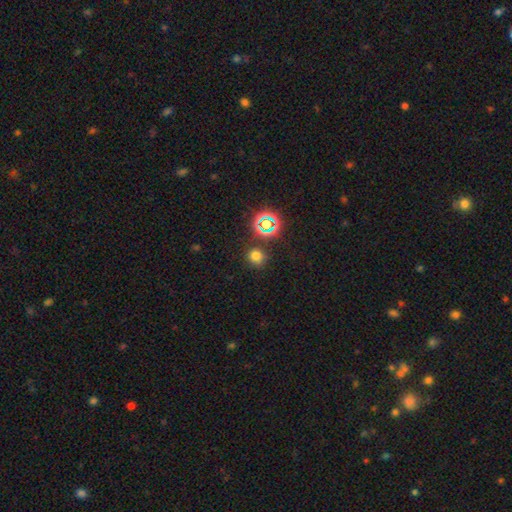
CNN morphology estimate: Smooth or featured?
  - smooth: 69% *
  - star or artifact: 25%
  - featured or disk: 6%
How rounded?
  - round: 85% *
  - in between: 14%
  - cigar-shaped: 1%
Merging?
  - none: 83% *
  - minor disturbance: 9%
  - merger: 4%
  - major disturbance: 3%